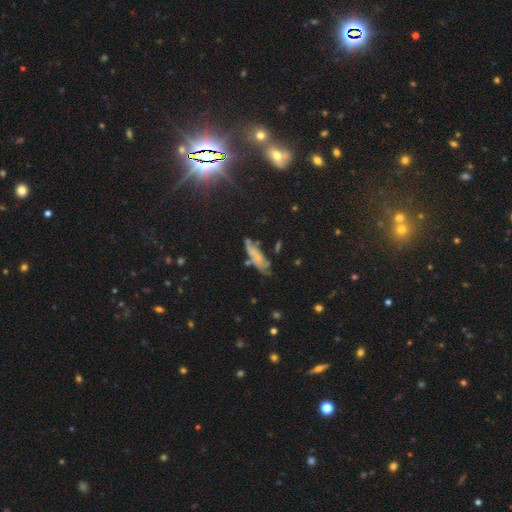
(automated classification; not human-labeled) Overall: smooth (43%; featured or disk 40%). Merging: none (55%; minor disturbance 25%).